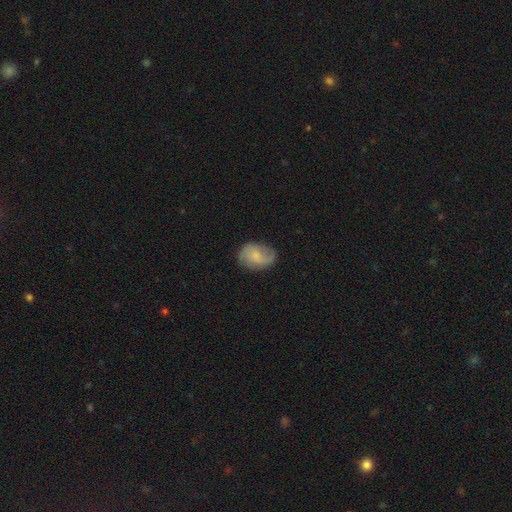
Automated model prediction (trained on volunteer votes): smooth-or-featured: smooth: 47% | featured or disk: 45% | star or artifact: 8%
  merging: none: 72% | minor disturbance: 20% | major disturbance: 7% | merger: 1%